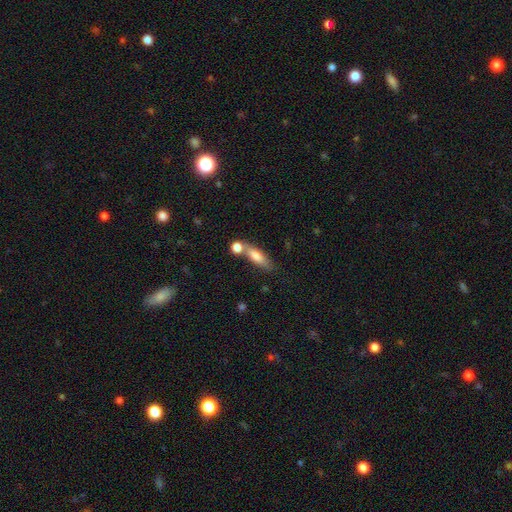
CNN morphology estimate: A smooth galaxy with no disk features (76%) that is in between round and cigar-shaped (54%).

Vote fractions:
- Smooth or featured? smooth: 76% / featured or disk: 17% / star or artifact: 7%
- How rounded? in between: 54% / cigar-shaped: 38% / round: 7%
- Merging? none: 45% / merger: 36% / minor disturbance: 13% / major disturbance: 6%